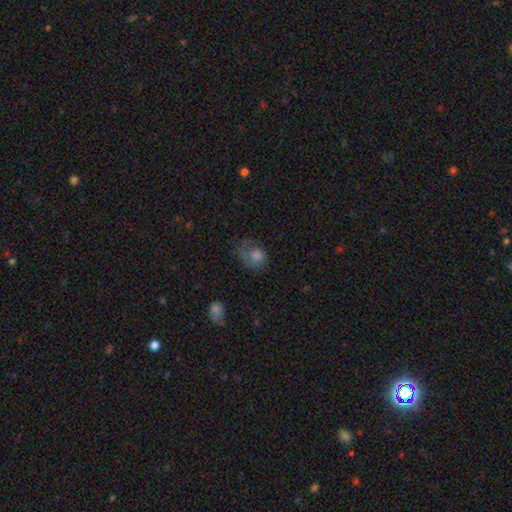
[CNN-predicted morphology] type=smooth (59%); roundness=round (55%); merging=major disturbance (37%).